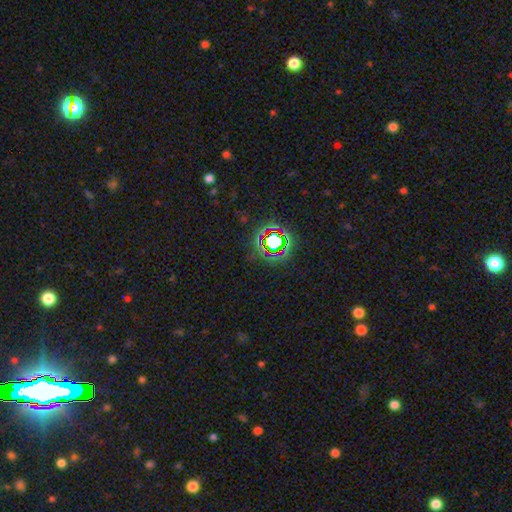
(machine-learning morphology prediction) A star or artifact, not a galaxy (75%).